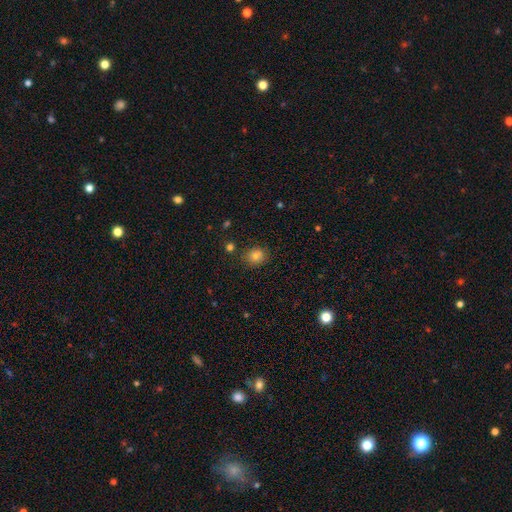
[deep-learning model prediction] Smooth or featured? smooth (80%)
How rounded? round (66%)
Merging? none (81%)